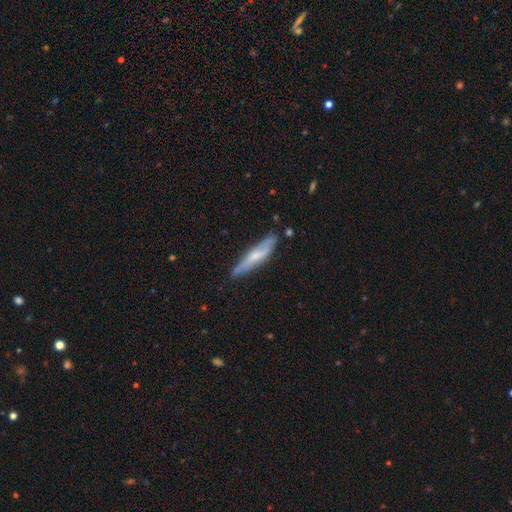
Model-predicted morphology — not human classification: smooth_or_featured: featured or disk (p=0.48) [alt: smooth p=0.46]
merging: none (p=0.72) [alt: minor disturbance p=0.21]